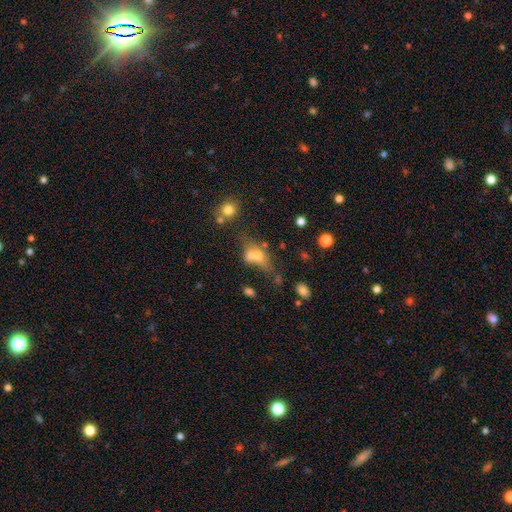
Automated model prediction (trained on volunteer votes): A smooth galaxy with no disk features (56%) that is in between round and cigar-shaped (72%).

Vote fractions:
- Smooth or featured? smooth: 56% / featured or disk: 29% / star or artifact: 15%
- How rounded? in between: 72% / round: 19% / cigar-shaped: 9%
- Merging? merger: 45% / none: 24% / major disturbance: 16% / minor disturbance: 15%